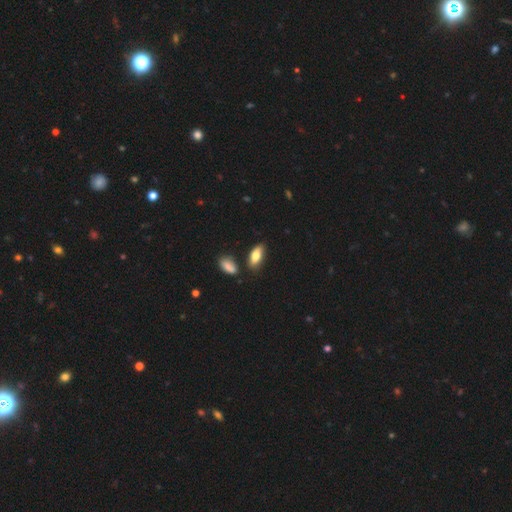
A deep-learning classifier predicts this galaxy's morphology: Smooth or featured?
  - smooth: 78% *
  - featured or disk: 15%
  - star or artifact: 6%
How rounded?
  - in between: 80% *
  - cigar-shaped: 17%
  - round: 3%
Merging?
  - none: 77% *
  - minor disturbance: 13%
  - merger: 7%
  - major disturbance: 3%